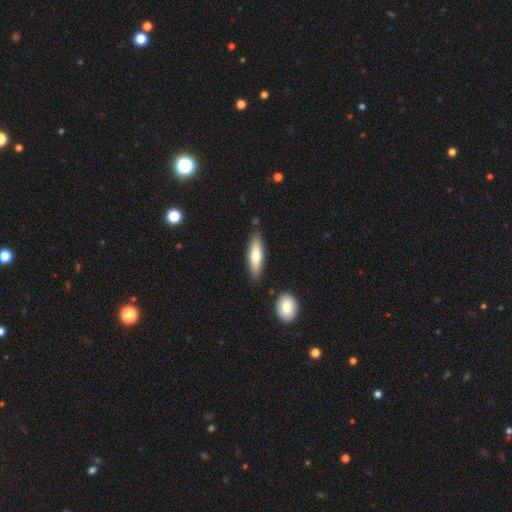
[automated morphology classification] The model was most divided on "how rounded": cigar-shaped: 59%, in between: 39%, round: 2%. More confident: merging — none (83%); smooth or featured — smooth (69%).